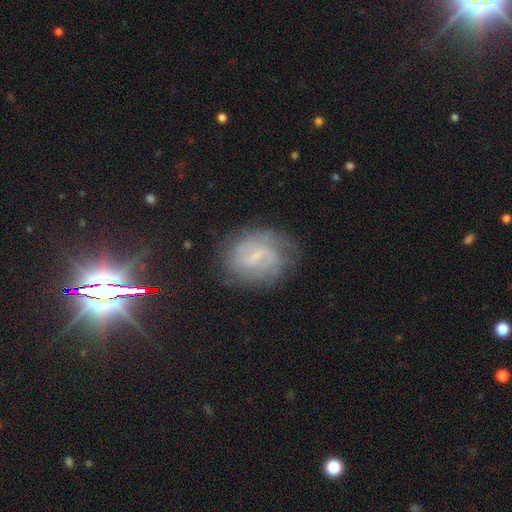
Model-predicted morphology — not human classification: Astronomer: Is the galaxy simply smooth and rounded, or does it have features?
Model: featured or disk — 69%.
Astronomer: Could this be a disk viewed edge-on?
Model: no — 97%.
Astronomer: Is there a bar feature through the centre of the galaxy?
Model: weak — 59%.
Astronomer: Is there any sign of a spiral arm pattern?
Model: yes — 88%.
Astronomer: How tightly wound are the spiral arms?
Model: medium — 41% (runner-up: tight, 38%).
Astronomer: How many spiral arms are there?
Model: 2 — 48% (runner-up: can't tell, 31%).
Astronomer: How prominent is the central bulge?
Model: small — 56%.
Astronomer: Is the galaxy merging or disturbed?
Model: none — 69%.